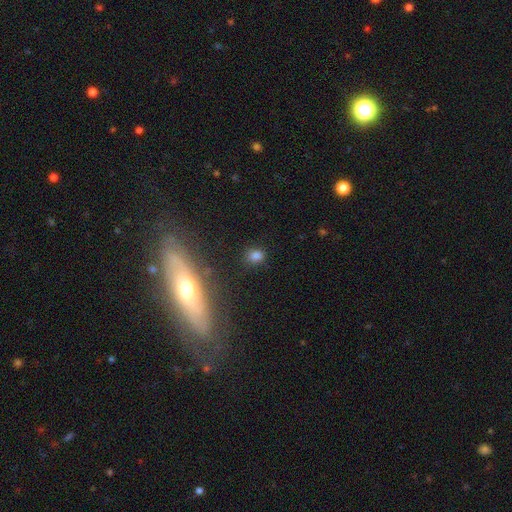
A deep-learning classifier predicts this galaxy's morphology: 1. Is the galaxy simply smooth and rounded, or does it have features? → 76% smooth, 18% star or artifact, 6% featured or disk.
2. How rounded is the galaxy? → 51% in between, 47% round, 2% cigar-shaped.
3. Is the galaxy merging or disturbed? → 79% none, 13% minor disturbance, 5% major disturbance, 4% merger.